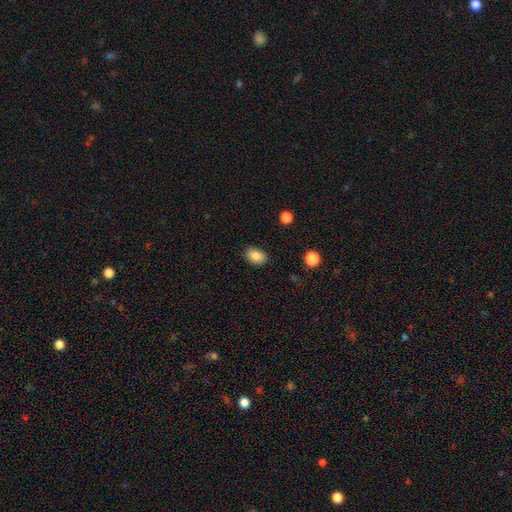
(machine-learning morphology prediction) A smooth galaxy with no disk features (85%) that is in between round and cigar-shaped (84%).

Vote fractions:
- Smooth or featured? smooth: 85% / star or artifact: 9% / featured or disk: 6%
- How rounded? in between: 84% / round: 15% / cigar-shaped: 1%
- Merging? none: 86% / minor disturbance: 10% / major disturbance: 2% / merger: 1%